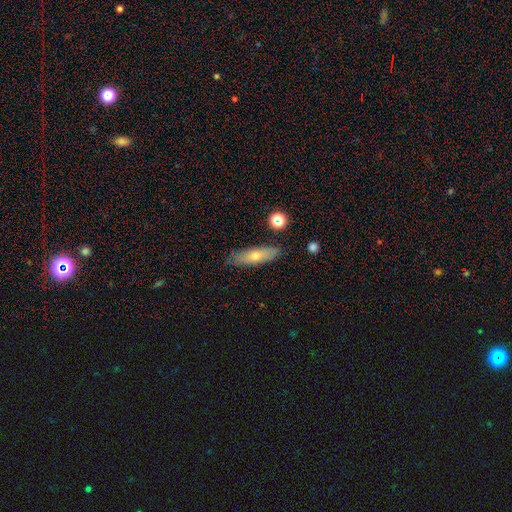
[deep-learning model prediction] A smooth galaxy with no disk features (60%) that is cigar-shaped (57%). Merging: none (83%).